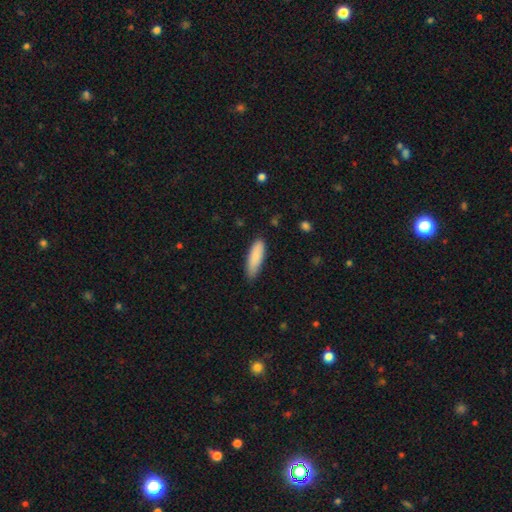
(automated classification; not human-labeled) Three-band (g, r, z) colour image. It shows a smooth galaxy with no disk features (87%) that is in between round and cigar-shaped (50%). Merging: none (79%).